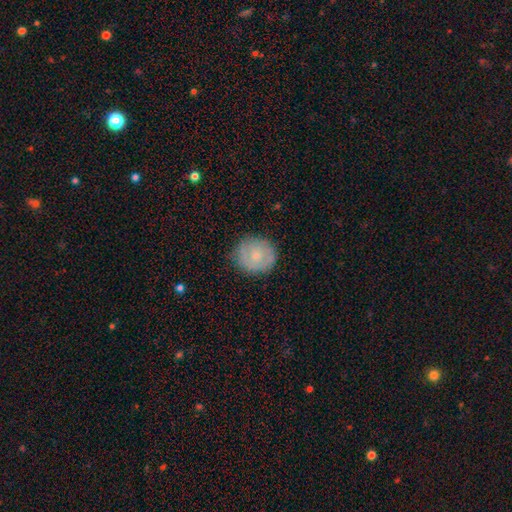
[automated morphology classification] Smooth or featured? smooth (54%)
How rounded? round (82%)
Merging? none (81%)